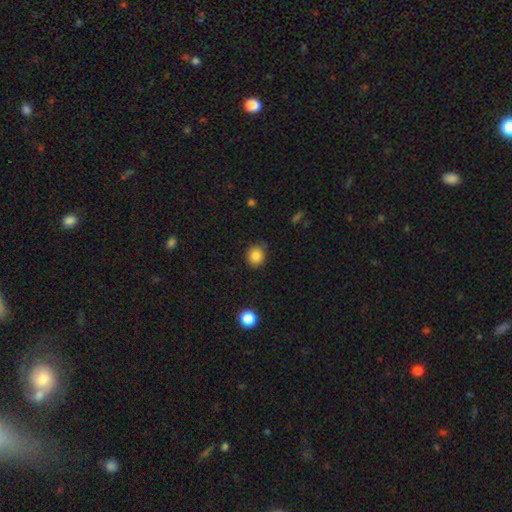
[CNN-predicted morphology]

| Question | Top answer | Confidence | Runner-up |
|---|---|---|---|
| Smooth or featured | smooth | 84% | star or artifact (11%) |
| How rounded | round | 84% | in between (15%) |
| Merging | none | 78% | minor disturbance (17%) |